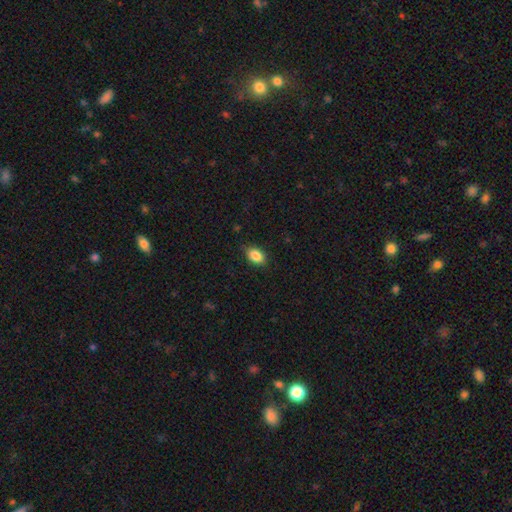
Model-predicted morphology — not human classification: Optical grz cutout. It shows a smooth galaxy with no disk features (86%) that is in between round and cigar-shaped (84%). Merging: none (84%).